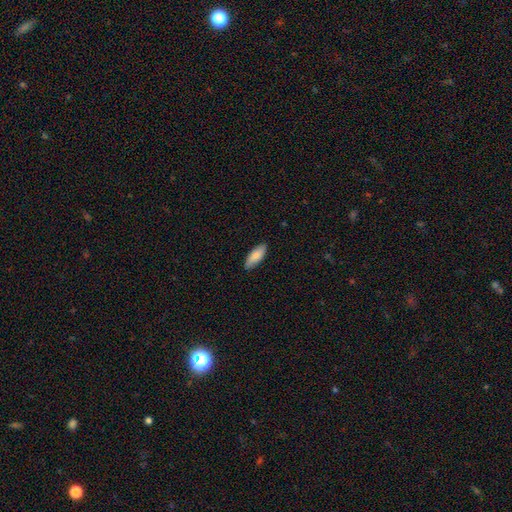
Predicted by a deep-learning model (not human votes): smooth-or-featured: smooth: 84% | featured or disk: 10% | star or artifact: 6%
  how-rounded: in between: 77% | cigar-shaped: 21% | round: 2%
  merging: none: 87% | minor disturbance: 10% | major disturbance: 2% | merger: 1%